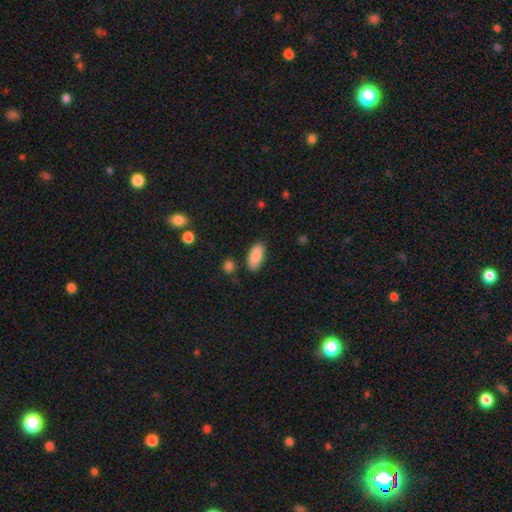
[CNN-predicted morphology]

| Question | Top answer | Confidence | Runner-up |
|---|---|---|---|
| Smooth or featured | smooth | 88% | star or artifact (6%) |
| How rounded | in between | 88% | cigar-shaped (10%) |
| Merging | none | 83% | minor disturbance (11%) |